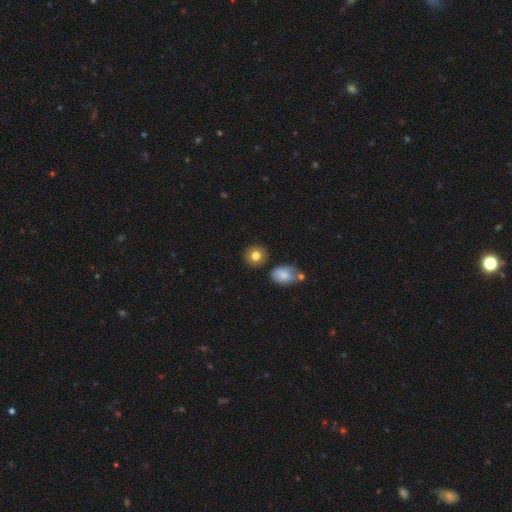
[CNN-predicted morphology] smooth 82%, star or artifact 9%, featured or disk 9%. Down the decision tree: how rounded — round (85%); merging — none (83%).